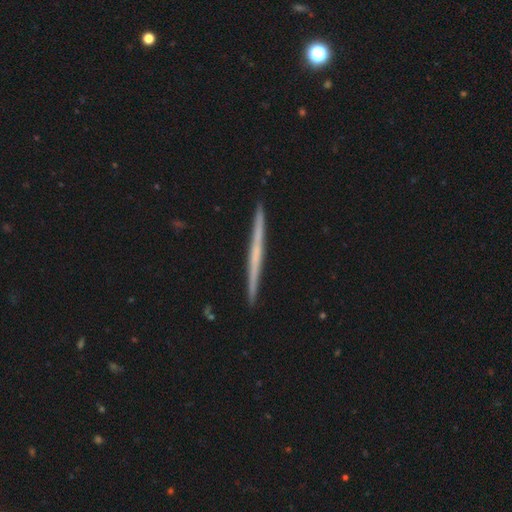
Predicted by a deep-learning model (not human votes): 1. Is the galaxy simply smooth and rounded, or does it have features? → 63% featured or disk, 32% smooth, 5% star or artifact.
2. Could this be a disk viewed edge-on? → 98% yes, 2% no.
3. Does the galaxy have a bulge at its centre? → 83% none, 12% rounded, 4% boxy.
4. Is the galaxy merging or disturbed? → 92% none, 6% minor disturbance, 1% major disturbance, 1% merger.